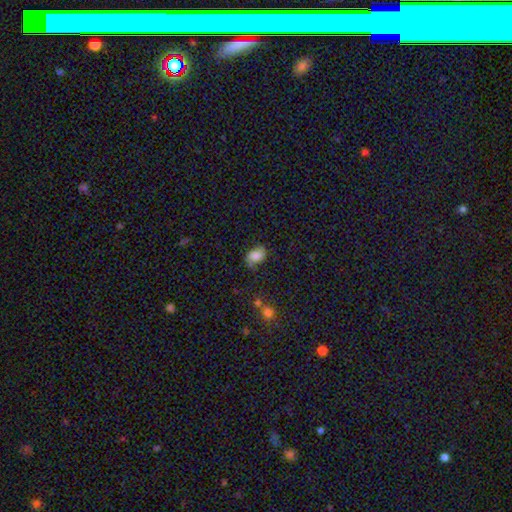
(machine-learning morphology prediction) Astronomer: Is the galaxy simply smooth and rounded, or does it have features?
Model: smooth — 67%.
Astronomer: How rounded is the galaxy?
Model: in between — 78%.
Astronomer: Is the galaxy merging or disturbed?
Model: none — 66%.